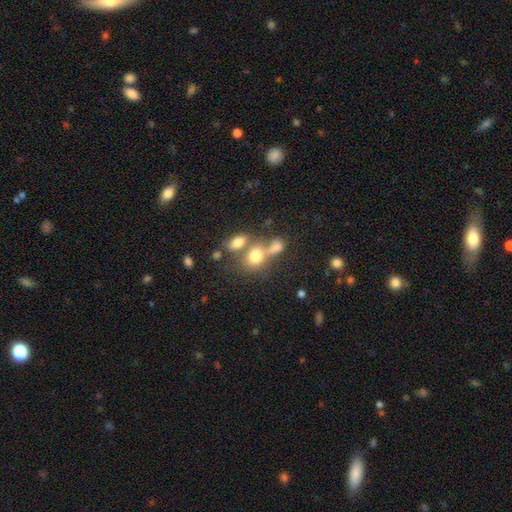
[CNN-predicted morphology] This appears to be a smooth galaxy with no disk features (75%) that is in between round and cigar-shaped (52%). Merging: merger (49%).